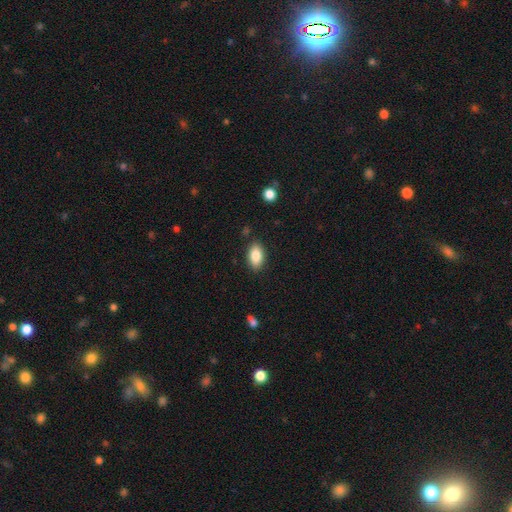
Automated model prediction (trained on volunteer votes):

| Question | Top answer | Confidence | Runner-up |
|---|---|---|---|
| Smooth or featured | smooth | 85% | star or artifact (8%) |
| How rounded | in between | 91% | round (6%) |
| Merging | none | 87% | minor disturbance (10%) |